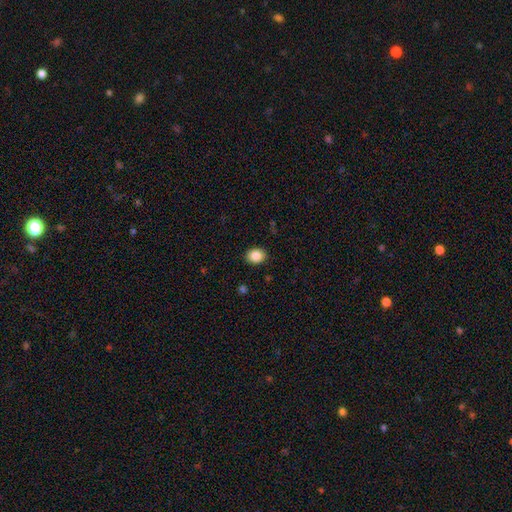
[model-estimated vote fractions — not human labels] Q: Smooth or featured?
A: smooth (87%); runner-up: star or artifact (9%)
Q: How rounded?
A: round (57%); runner-up: in between (42%)
Q: Merging?
A: none (89%); runner-up: minor disturbance (7%)